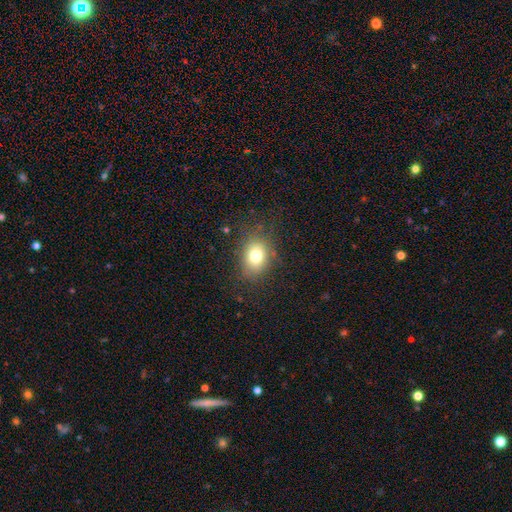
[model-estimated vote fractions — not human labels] Overall: smooth (75%). How rounded: in between (63%; round 36%). Merging: none (80%).